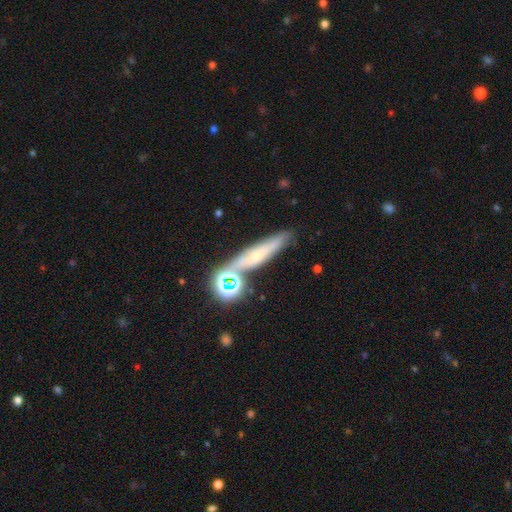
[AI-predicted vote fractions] The model was most divided on "smooth or featured": smooth: 41%, featured or disk: 36%, star or artifact: 23%. More confident: merging — none (68%).